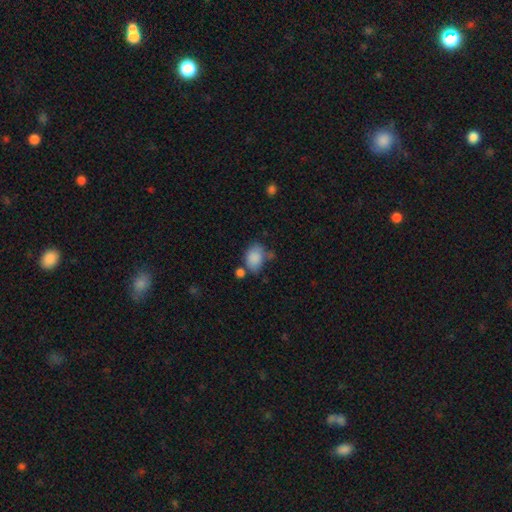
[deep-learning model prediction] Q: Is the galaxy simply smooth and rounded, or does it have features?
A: smooth — 85%.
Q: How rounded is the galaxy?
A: in between — 74%.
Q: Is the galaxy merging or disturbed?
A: none — 52%.